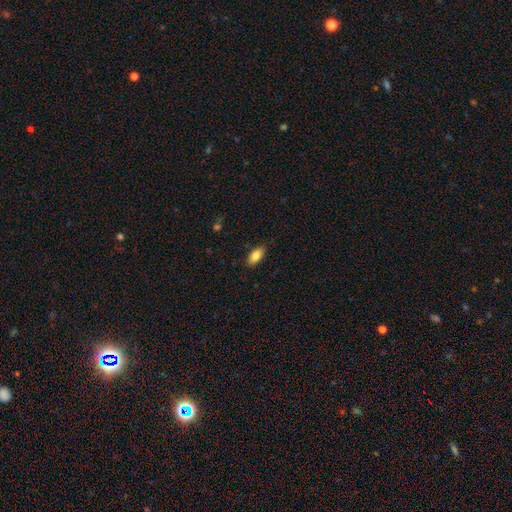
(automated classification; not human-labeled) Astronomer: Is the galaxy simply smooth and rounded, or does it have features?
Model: smooth — 84%.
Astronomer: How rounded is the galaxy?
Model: in between — 91%.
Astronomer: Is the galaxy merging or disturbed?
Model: none — 86%.